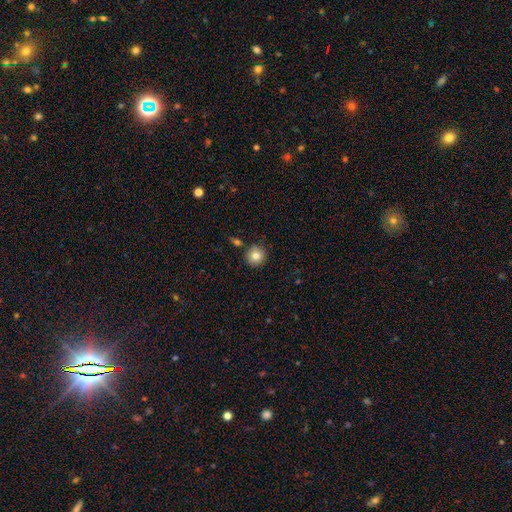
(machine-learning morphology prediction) This is clearly a smooth galaxy (81%). How rounded: clearly round (93%). Merging: clearly none (84%).